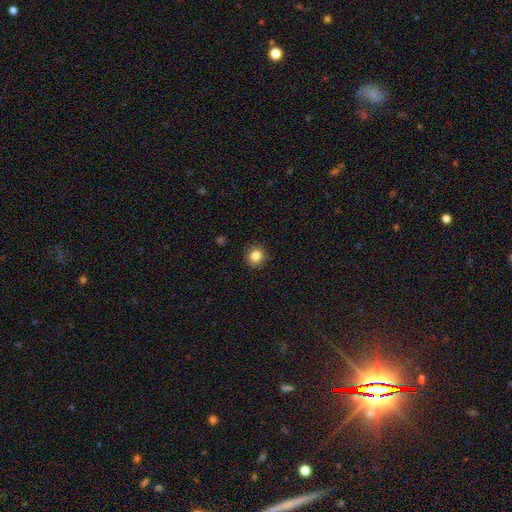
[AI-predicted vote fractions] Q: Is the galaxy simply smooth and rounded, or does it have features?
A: smooth — 85%.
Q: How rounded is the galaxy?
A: round — 88%.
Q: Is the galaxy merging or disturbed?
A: none — 90%.